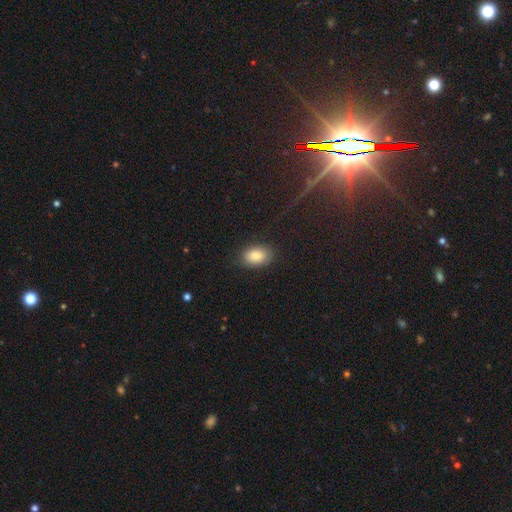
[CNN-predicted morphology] Smooth or featured?
  - smooth: 85% *
  - star or artifact: 8%
  - featured or disk: 7%
How rounded?
  - in between: 82% *
  - round: 17%
  - cigar-shaped: 1%
Merging?
  - none: 83% *
  - minor disturbance: 13%
  - major disturbance: 3%
  - merger: 1%